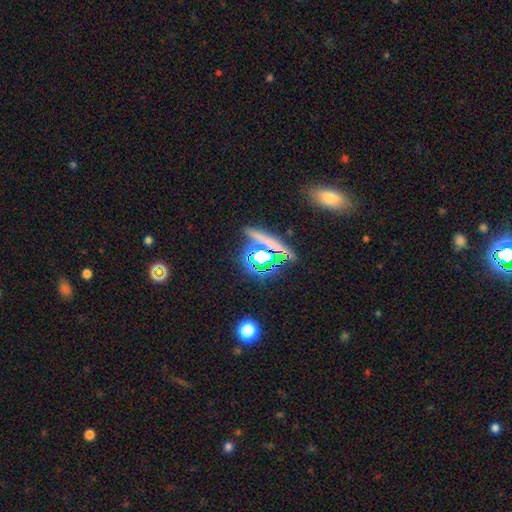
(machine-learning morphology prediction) star or artifact 53%, smooth 28%, featured or disk 19%.